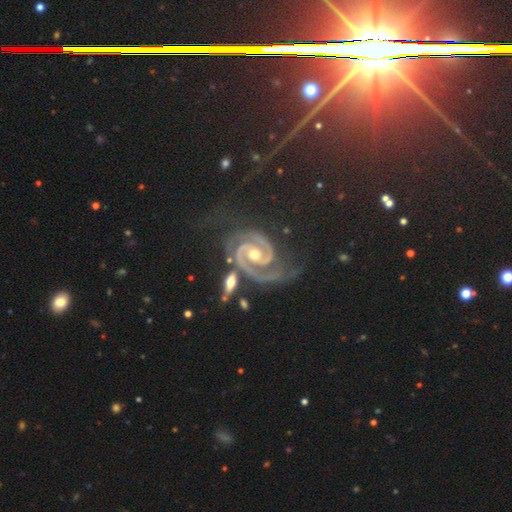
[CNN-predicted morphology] Smooth or featured: featured or disk — 83% (star or artifact — 12%)
Edge-on disk: no — 98% (yes — 2%)
Bar: no — 51% (weak — 32%)
Spiral arms: yes — 98% (no — 2%)
Spiral winding: tight — 54% (medium — 37%)
Spiral arm count: 2 — 92% (can't tell — 2%)
Bulge size: moderate — 66% (small — 28%)
Merging: none — 66% (minor disturbance — 18%)